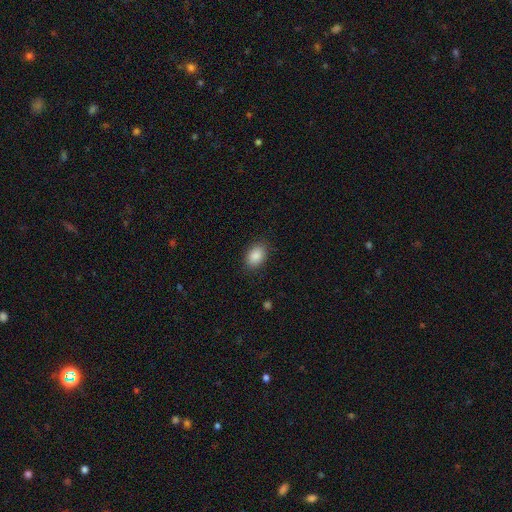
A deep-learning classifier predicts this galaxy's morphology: A smooth galaxy with no disk features (88%) that is in between round and cigar-shaped (85%).

Vote fractions:
- Smooth or featured? smooth: 88% / star or artifact: 8% / featured or disk: 4%
- How rounded? in between: 85% / round: 14% / cigar-shaped: 1%
- Merging? none: 87% / minor disturbance: 9% / major disturbance: 3% / merger: 1%